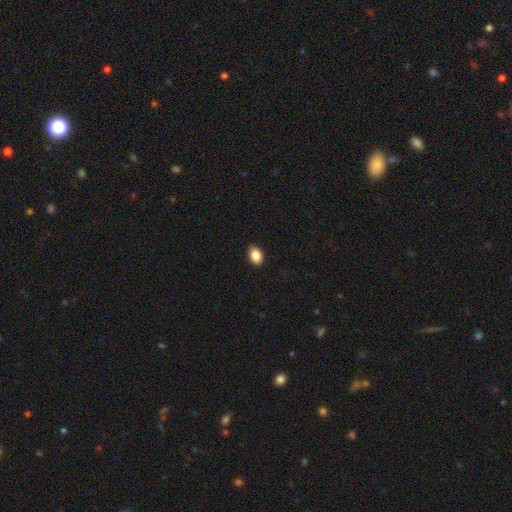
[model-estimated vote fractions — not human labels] Morphology: type=smooth (87%); roundness=in between (80%); merging=none (90%).